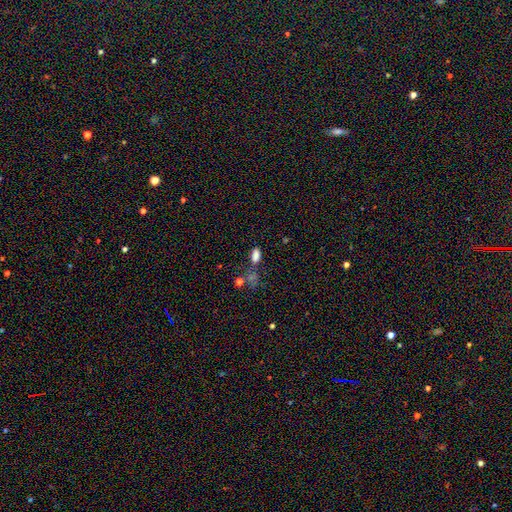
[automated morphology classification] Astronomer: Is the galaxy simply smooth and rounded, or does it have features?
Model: smooth — 75%.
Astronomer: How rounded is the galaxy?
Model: in between — 81%.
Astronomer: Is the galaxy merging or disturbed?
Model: none — 57%.